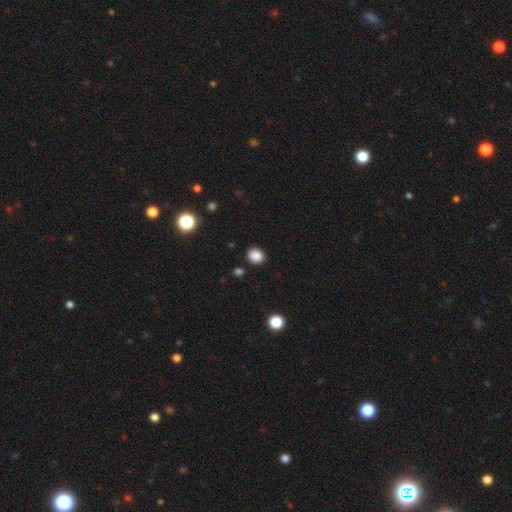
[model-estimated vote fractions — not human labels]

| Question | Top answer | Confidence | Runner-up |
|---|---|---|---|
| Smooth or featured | smooth | 86% | star or artifact (11%) |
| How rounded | round | 68% | in between (31%) |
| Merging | none | 87% | minor disturbance (8%) |